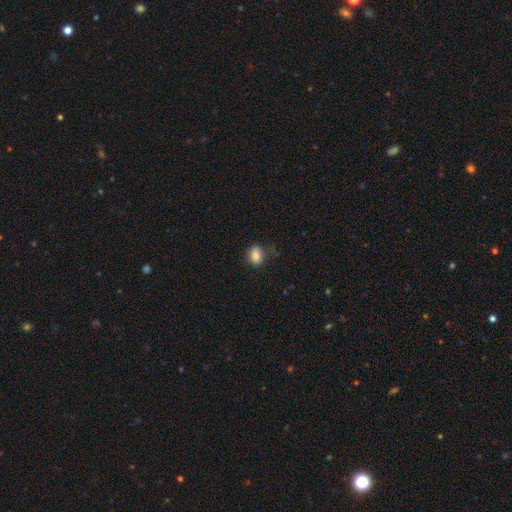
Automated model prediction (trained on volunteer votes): Overall: smooth (83%). How rounded: in between (54%; round 44%). Merging: none (73%).